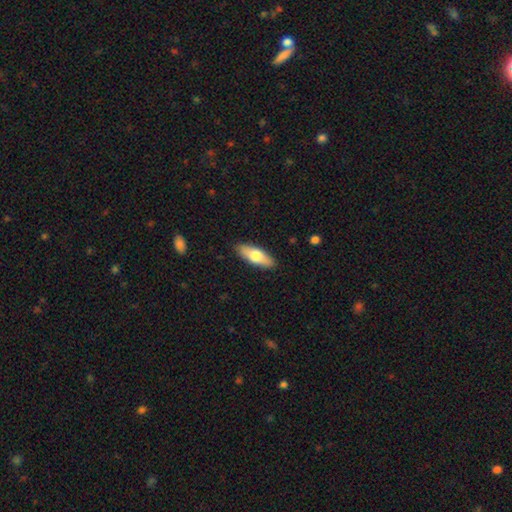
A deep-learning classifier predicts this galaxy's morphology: smooth-or-featured: smooth: 68% | featured or disk: 26% | star or artifact: 5%
  how-rounded: in between: 65% | cigar-shaped: 32% | round: 2%
  merging: none: 89% | minor disturbance: 8% | major disturbance: 2% | merger: 1%